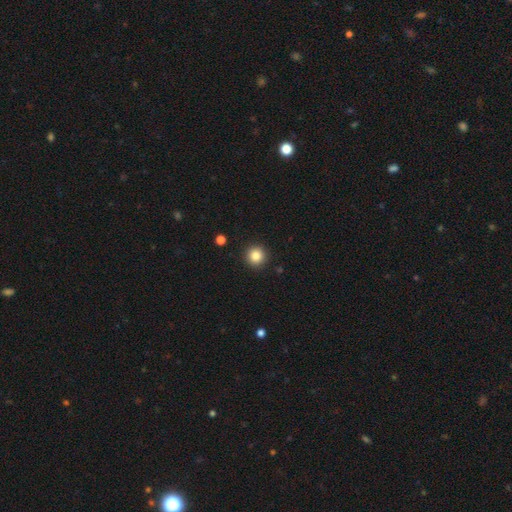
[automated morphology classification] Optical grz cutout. It shows a smooth galaxy with no disk features (84%) that is round (95%). Merging: none (92%).